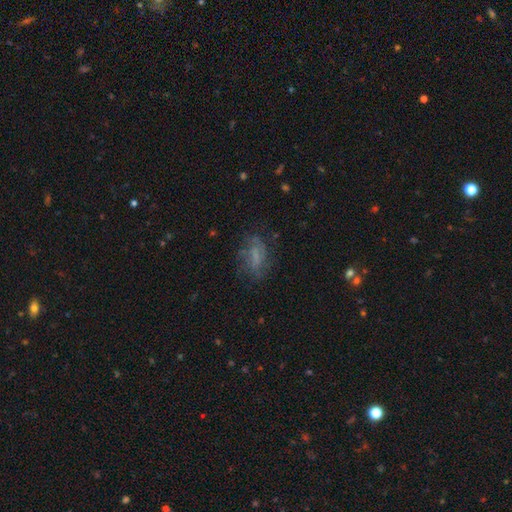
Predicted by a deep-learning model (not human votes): Smooth or featured? smooth (47%)
Merging? none (59%)